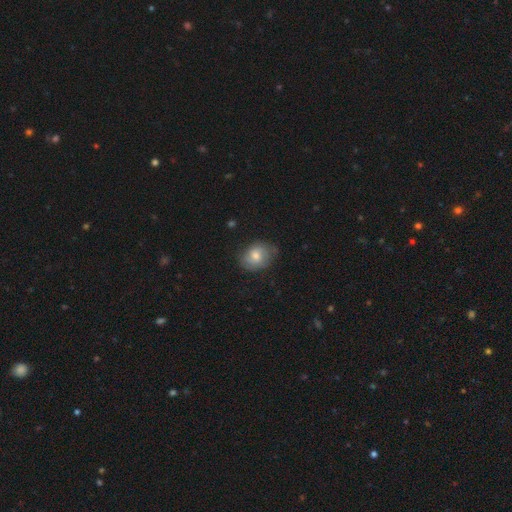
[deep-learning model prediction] smooth-or-featured: smooth: 61% | featured or disk: 32% | star or artifact: 8%
  how-rounded: in between: 56% | round: 43% | cigar-shaped: 1%
  merging: none: 68% | minor disturbance: 24% | major disturbance: 7% | merger: 1%